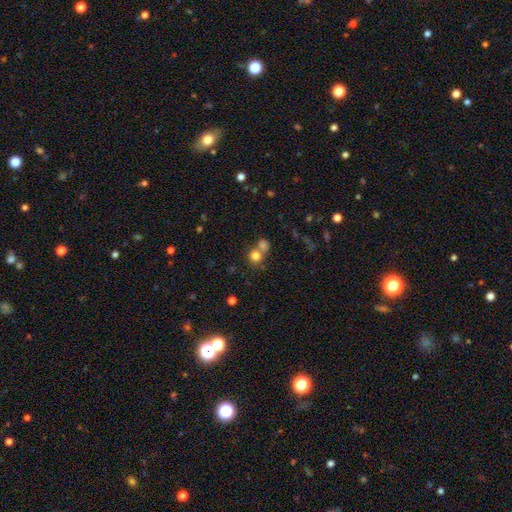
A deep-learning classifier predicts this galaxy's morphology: This appears to be a smooth galaxy with no disk features (78%) that is round (86%). Merging: none (50%).